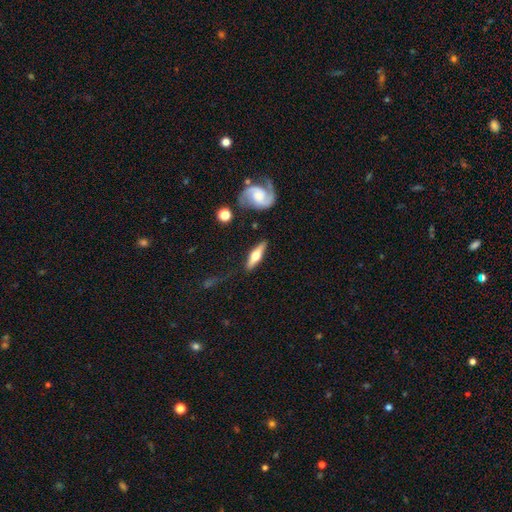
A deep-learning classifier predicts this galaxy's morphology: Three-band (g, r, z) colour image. It shows a featured or disk galaxy (63%) viewed edge-on (84%) with a rounded central bulge (94%). Merging: none (81%).